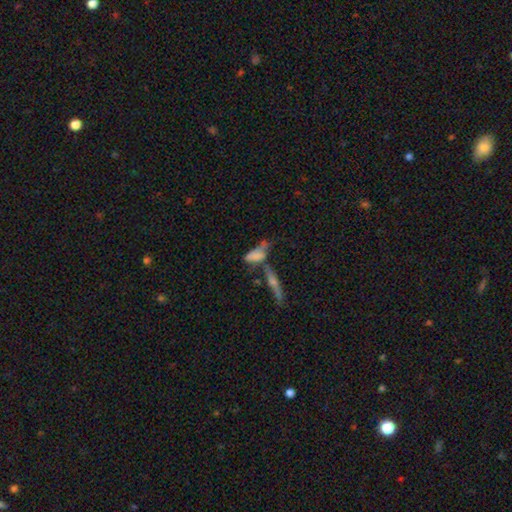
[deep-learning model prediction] This is likely a smooth galaxy (60%). How rounded: likely in between (65%). Merging: marginally merger (43%).